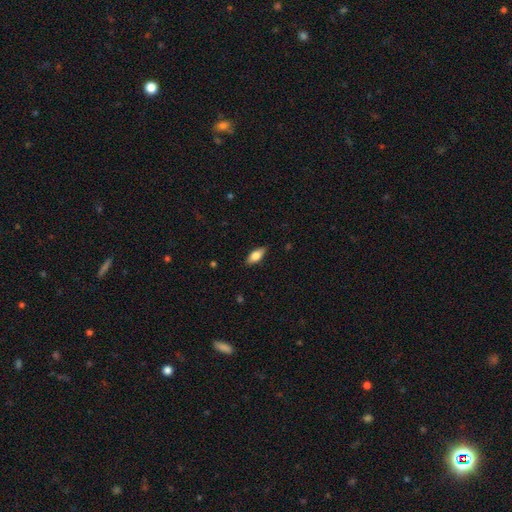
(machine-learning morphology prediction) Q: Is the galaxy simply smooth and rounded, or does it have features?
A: smooth — 72%.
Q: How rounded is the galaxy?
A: in between — 81%.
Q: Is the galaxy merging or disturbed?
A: none — 86%.